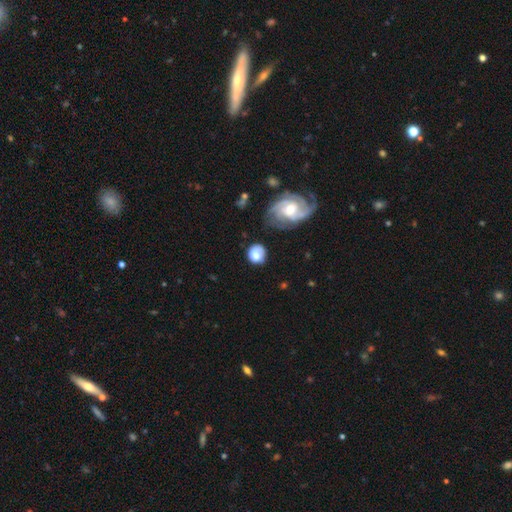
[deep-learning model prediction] Smooth or featured? Predicted: smooth (p=0.66). How rounded? Predicted: round (p=0.79). Merging? Predicted: none (p=0.65).